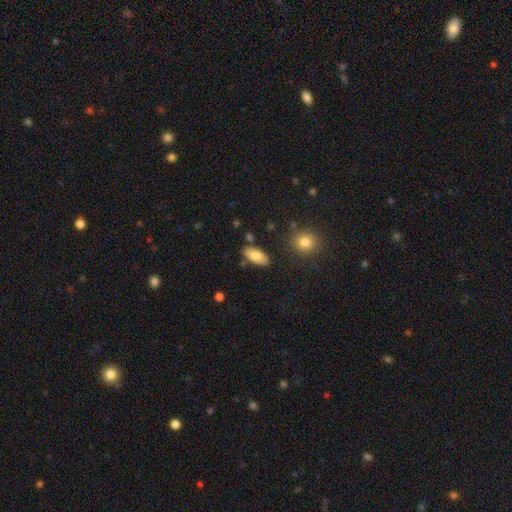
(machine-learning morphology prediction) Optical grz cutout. It shows a smooth galaxy with no disk features (80%) that is in between round and cigar-shaped (90%). Merging: none (82%).